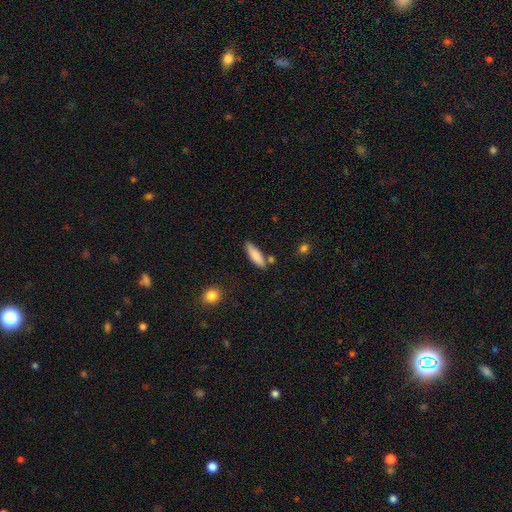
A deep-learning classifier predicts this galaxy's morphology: type=smooth (83%); roundness=cigar-shaped (49%, tied with in between); merging=none (76%).